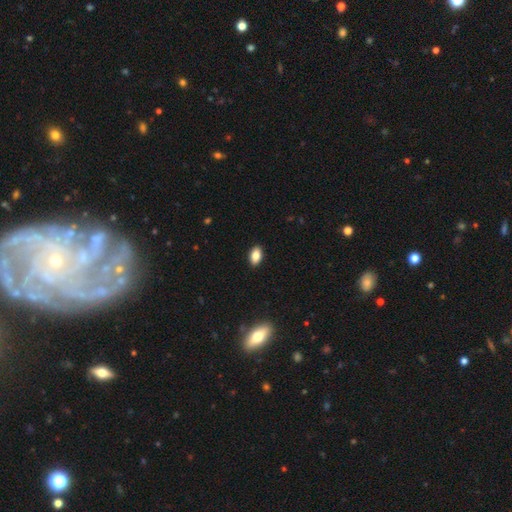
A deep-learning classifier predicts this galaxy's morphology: type=smooth (85%); roundness=in between (91%); merging=none (89%).